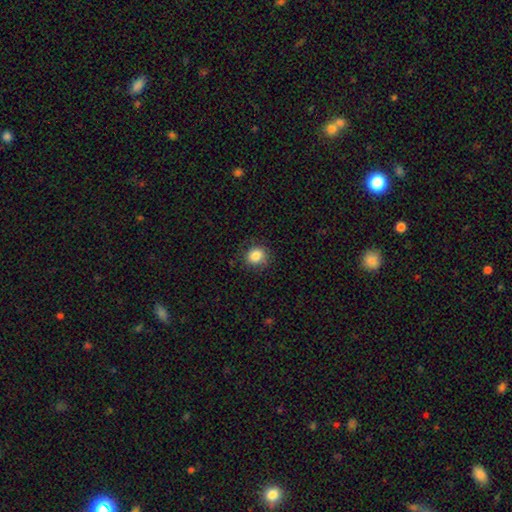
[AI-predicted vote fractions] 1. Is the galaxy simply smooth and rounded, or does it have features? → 85% smooth, 9% star or artifact, 5% featured or disk.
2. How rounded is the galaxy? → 76% round, 23% in between, 1% cigar-shaped.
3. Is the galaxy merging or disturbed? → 83% none, 12% minor disturbance, 4% major disturbance, 1% merger.